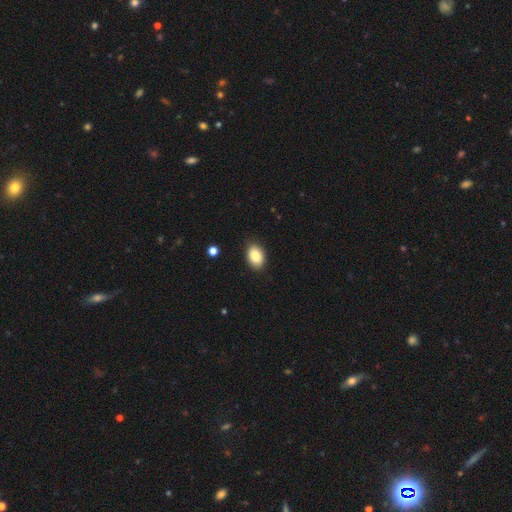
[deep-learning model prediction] A smooth galaxy with no disk features (87%) that is in between round and cigar-shaped (84%). Merging: none (85%).